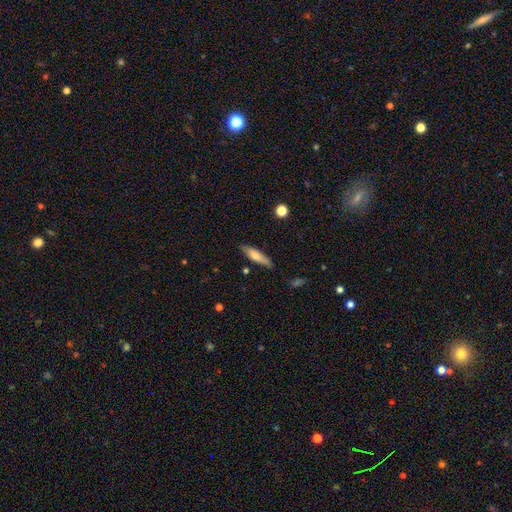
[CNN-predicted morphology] The model was most divided on "how rounded": cigar-shaped: 72%, in between: 26%, round: 2%. More confident: merging — none (83%); smooth or featured — smooth (70%).